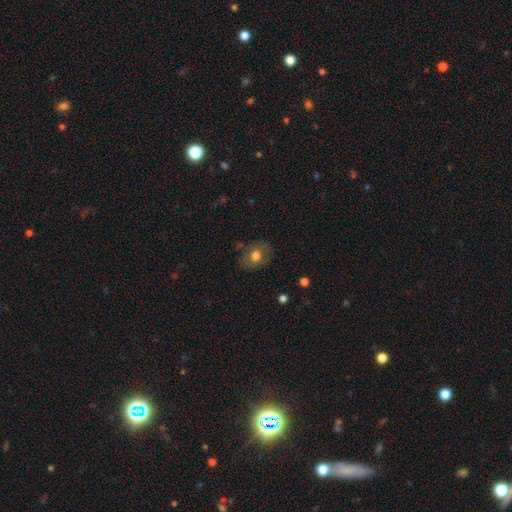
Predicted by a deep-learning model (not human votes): This is likely a smooth galaxy (69%). How rounded: likely in between (63%). Merging: likely none (77%).